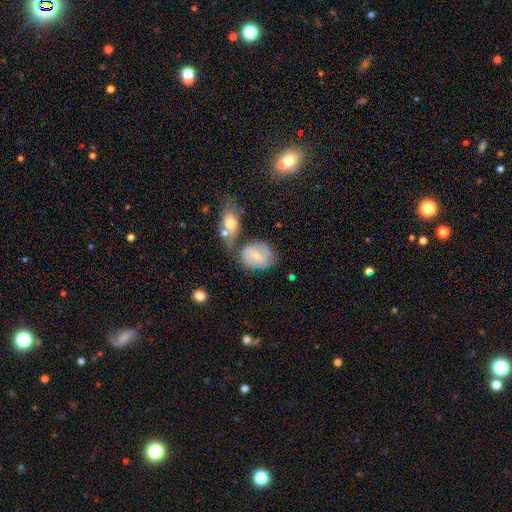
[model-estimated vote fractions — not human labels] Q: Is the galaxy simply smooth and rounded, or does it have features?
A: smooth — 60%.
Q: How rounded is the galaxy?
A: in between — 57%.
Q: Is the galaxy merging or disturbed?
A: none — 44%.